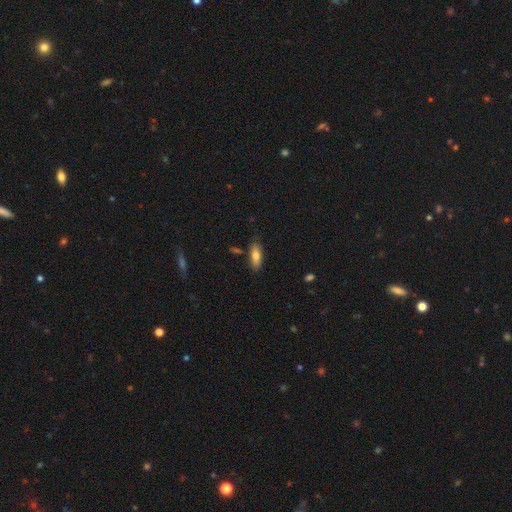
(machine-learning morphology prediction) Smooth or featured? Predicted: smooth (p=0.74). How rounded? Predicted: in between (p=0.72). Merging? Predicted: none (p=0.83).